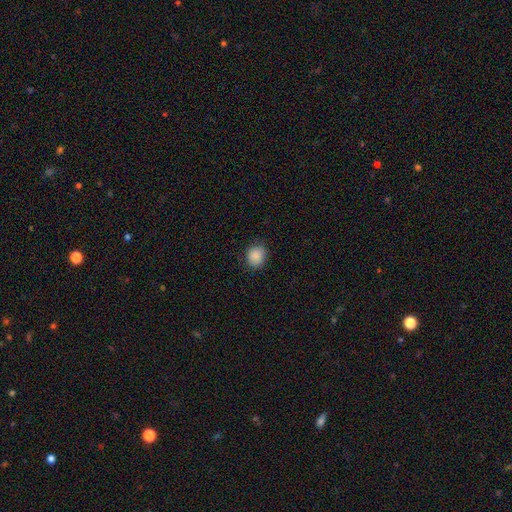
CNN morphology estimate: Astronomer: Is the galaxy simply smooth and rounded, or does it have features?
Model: smooth — 88%.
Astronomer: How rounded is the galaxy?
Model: round — 69%.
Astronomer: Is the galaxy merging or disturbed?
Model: none — 83%.